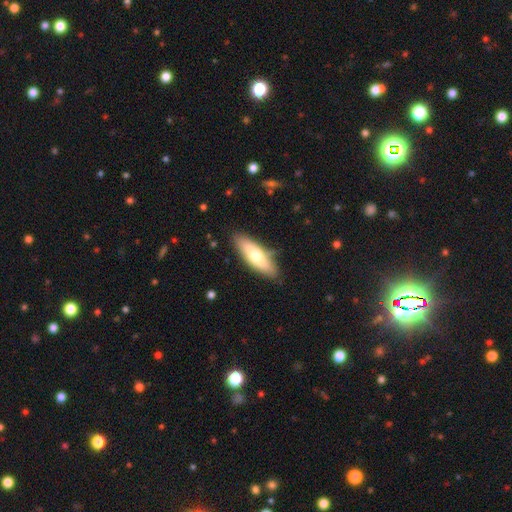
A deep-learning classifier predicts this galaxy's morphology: smooth-or-featured: smooth: 62% | featured or disk: 32% | star or artifact: 6%
  how-rounded: in between: 53% | cigar-shaped: 44% | round: 2%
  merging: none: 82% | minor disturbance: 13% | major disturbance: 3% | merger: 2%